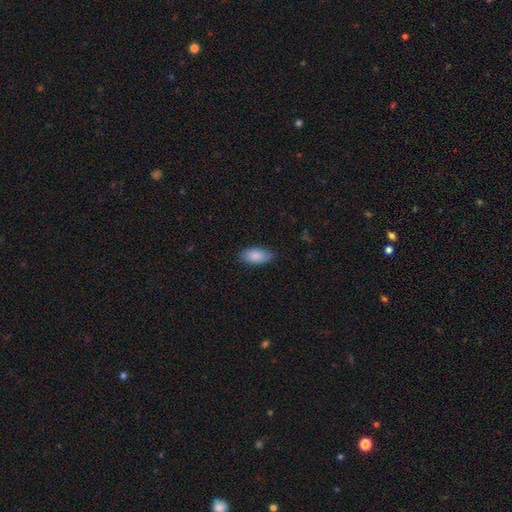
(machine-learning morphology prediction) Overall: smooth (86%). How rounded: in between (92%). Merging: none (78%).